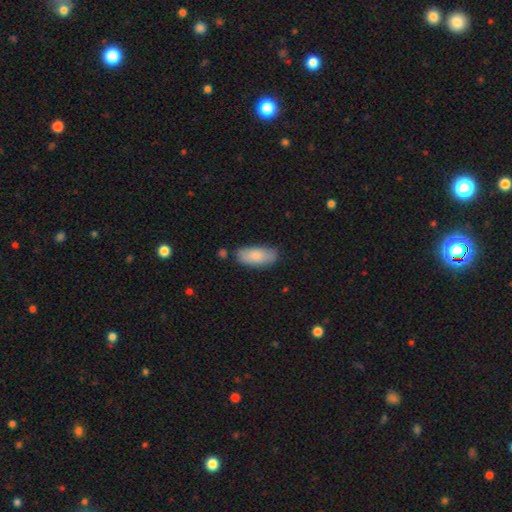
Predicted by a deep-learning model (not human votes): smooth_or_featured: smooth (p=0.84) [alt: featured or disk p=0.10]
how_rounded: in between (p=0.85) [alt: cigar-shaped p=0.13]
merging: none (p=0.73) [alt: minor disturbance p=0.19]